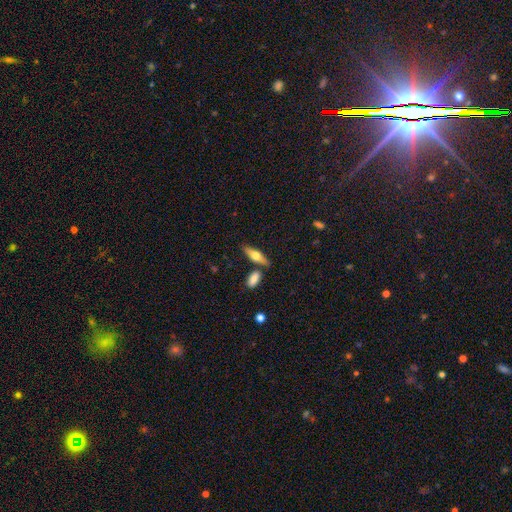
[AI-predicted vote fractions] Overall: smooth (51%; featured or disk 43%). How rounded: cigar-shaped (52%; in between 45%). Merging: none (75%).